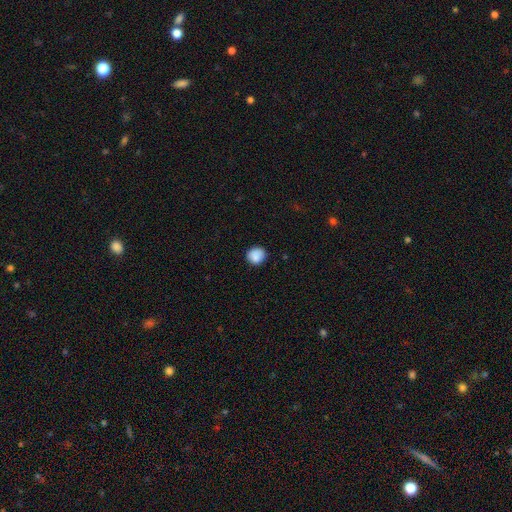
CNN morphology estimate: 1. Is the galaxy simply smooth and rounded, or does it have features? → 86% smooth, 9% star or artifact, 5% featured or disk.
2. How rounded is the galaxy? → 84% round, 15% in between, 1% cigar-shaped.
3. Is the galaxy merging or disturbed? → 81% none, 15% minor disturbance, 3% major disturbance, 1% merger.